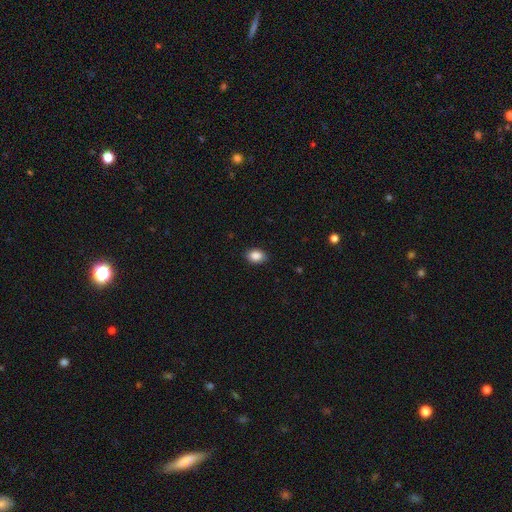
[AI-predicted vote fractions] Smooth or featured?
  - smooth: 87% *
  - star or artifact: 8%
  - featured or disk: 4%
How rounded?
  - in between: 75% *
  - round: 24%
  - cigar-shaped: 1%
Merging?
  - none: 88% *
  - minor disturbance: 10%
  - major disturbance: 2%
  - merger: 1%